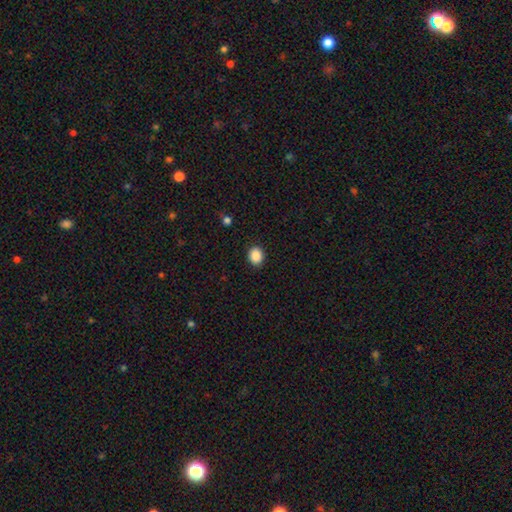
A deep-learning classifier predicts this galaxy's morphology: This is clearly a smooth galaxy (88%). How rounded: likely round (62%). Merging: clearly none (89%).